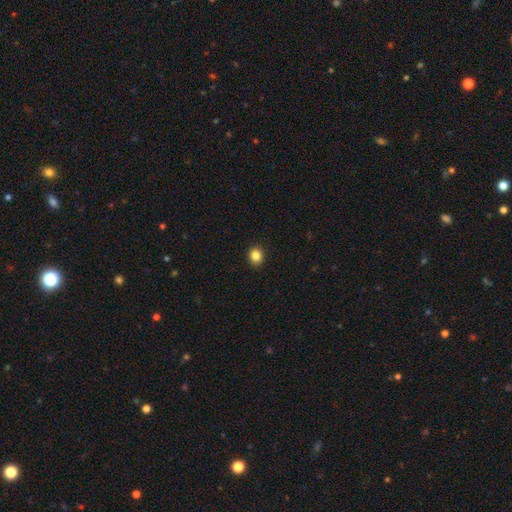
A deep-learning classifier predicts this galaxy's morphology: Smooth or featured? Predicted: smooth (p=0.85). How rounded? Predicted: round (p=0.75). Merging? Predicted: none (p=0.92).